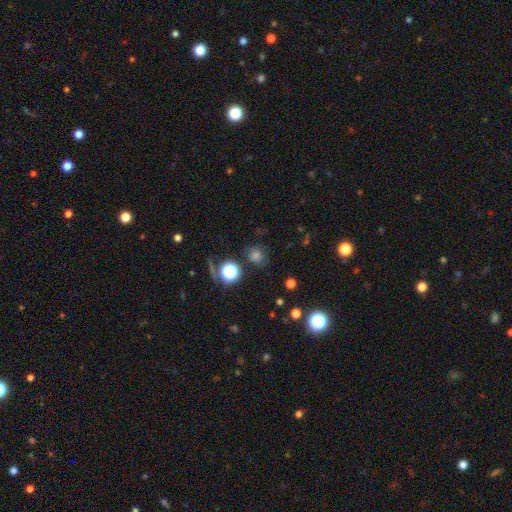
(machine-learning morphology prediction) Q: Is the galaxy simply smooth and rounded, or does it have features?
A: smooth — 61%.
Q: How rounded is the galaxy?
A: round — 89%.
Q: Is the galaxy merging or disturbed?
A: none — 82%.